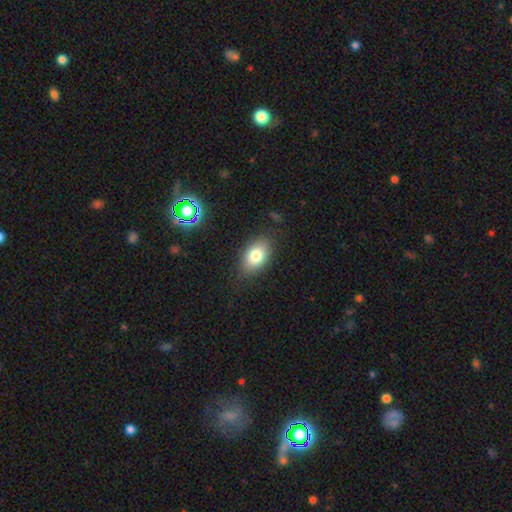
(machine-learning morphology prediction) A smooth galaxy with no disk features (78%) that is in between round and cigar-shaped (86%).

Vote fractions:
- Smooth or featured? smooth: 78% / featured or disk: 12% / star or artifact: 9%
- How rounded? in between: 86% / round: 12% / cigar-shaped: 2%
- Merging? none: 83% / minor disturbance: 12% / major disturbance: 3% / merger: 1%